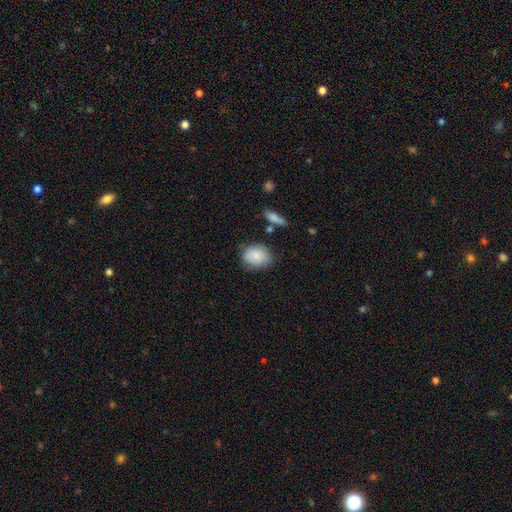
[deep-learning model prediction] A smooth galaxy with no disk features (84%) that is in between round and cigar-shaped (56%). Merging: none (69%).